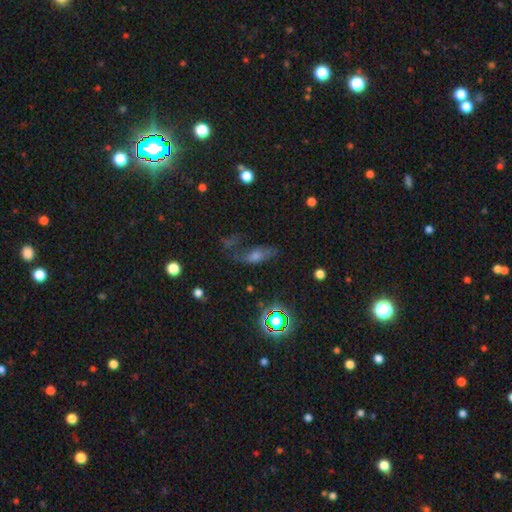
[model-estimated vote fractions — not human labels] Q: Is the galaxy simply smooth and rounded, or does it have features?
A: featured or disk — 37%.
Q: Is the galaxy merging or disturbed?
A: none — 48%.